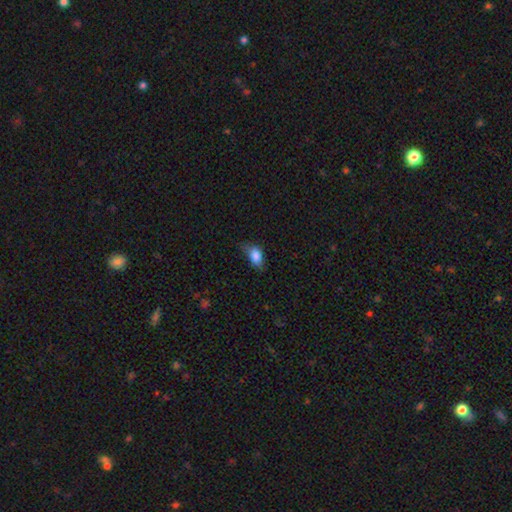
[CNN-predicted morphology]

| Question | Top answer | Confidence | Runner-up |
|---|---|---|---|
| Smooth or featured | smooth | 84% | star or artifact (9%) |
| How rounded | in between | 86% | round (11%) |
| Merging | none | 48% | minor disturbance (38%) |